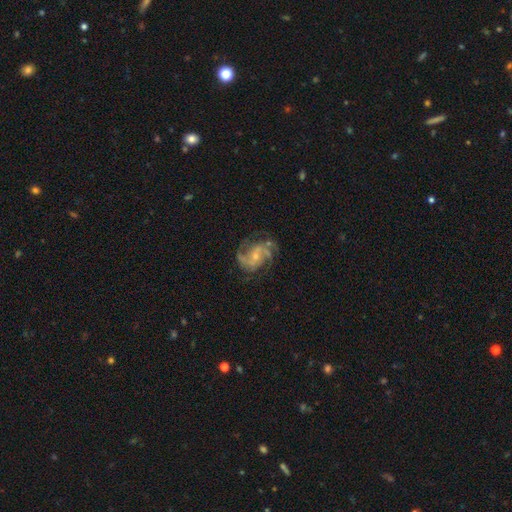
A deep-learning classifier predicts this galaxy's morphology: Q: Smooth or featured?
A: featured or disk (87%); runner-up: smooth (6%)
Q: Edge-on disk?
A: no (98%); runner-up: yes (2%)
Q: Bar?
A: no (49%); runner-up: weak (40%)
Q: Spiral arms?
A: yes (96%); runner-up: no (4%)
Q: Spiral winding?
A: medium (53%); runner-up: tight (24%)
Q: Spiral arm count?
A: 2 (41%); runner-up: 3 (28%)
Q: Bulge size?
A: small (63%); runner-up: moderate (30%)
Q: Merging?
A: none (68%); runner-up: minor disturbance (18%)